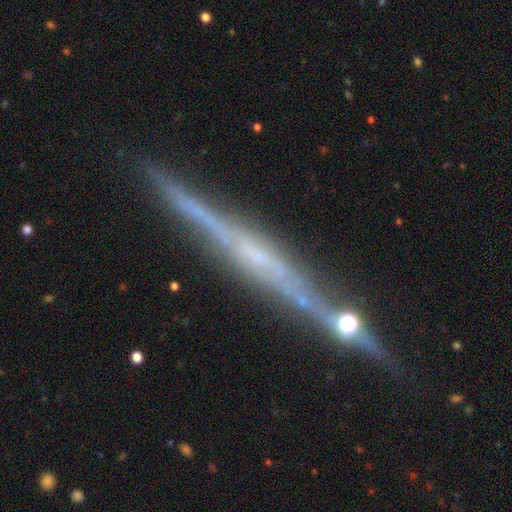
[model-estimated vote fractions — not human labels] Smooth or featured? featured or disk (76%)
Edge-on disk? yes (97%)
Edge-on bulge? none (60%)
Merging? none (83%)